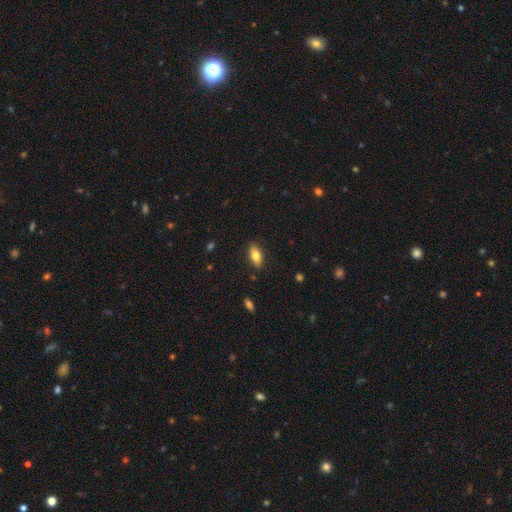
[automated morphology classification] A smooth galaxy with no disk features (77%) that is in between round and cigar-shaped (85%).

Vote fractions:
- Smooth or featured? smooth: 77% / featured or disk: 15% / star or artifact: 7%
- How rounded? in between: 85% / cigar-shaped: 12% / round: 3%
- Merging? none: 85% / minor disturbance: 11% / major disturbance: 2% / merger: 1%